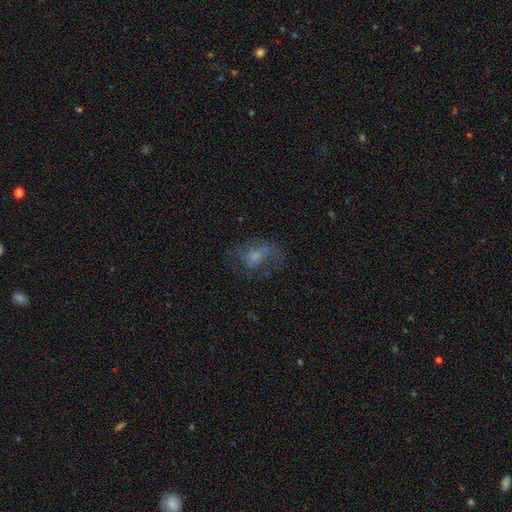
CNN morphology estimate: The model was most divided on "smooth or featured": featured or disk: 46%, smooth: 40%, star or artifact: 14%. Remaining: merging — none (47%).